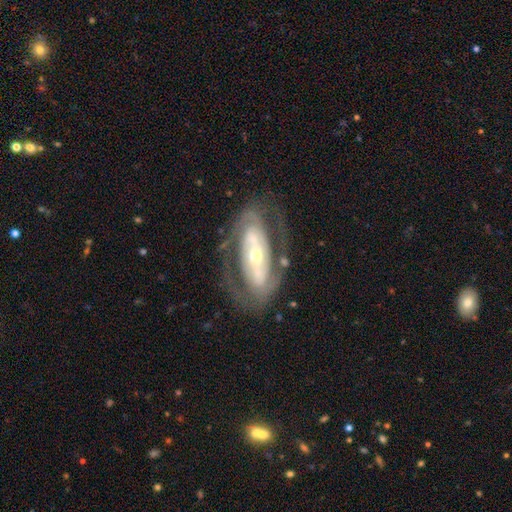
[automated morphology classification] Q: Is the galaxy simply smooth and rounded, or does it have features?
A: featured or disk — 83%.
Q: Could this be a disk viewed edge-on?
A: no — 91%.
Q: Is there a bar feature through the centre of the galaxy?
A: strong — 45%.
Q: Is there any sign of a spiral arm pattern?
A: yes — 79%.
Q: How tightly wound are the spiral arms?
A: tight — 50%.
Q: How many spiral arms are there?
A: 2 — 73%.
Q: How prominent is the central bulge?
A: small — 54%.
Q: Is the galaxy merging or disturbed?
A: none — 69%.